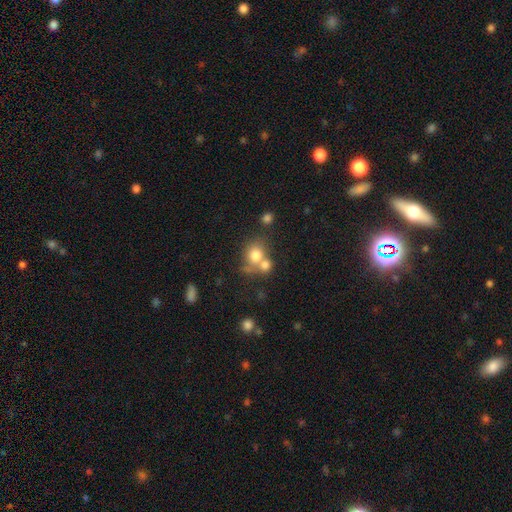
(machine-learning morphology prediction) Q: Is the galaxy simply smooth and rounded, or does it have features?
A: smooth — 76%.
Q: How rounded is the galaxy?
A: round — 71%.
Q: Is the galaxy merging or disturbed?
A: merger — 47%.